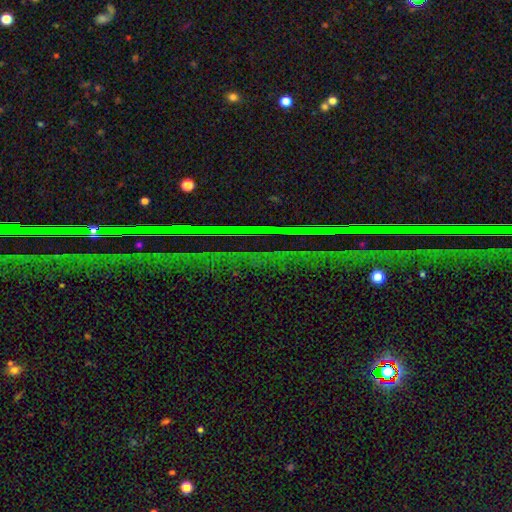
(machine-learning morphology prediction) smooth-or-featured: star or artifact: 85% | featured or disk: 8% | smooth: 7%